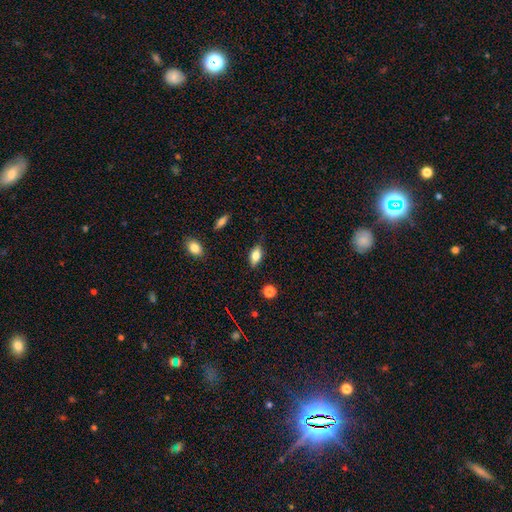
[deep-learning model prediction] Overall: smooth (67%). How rounded: in between (82%). Merging: none (80%).